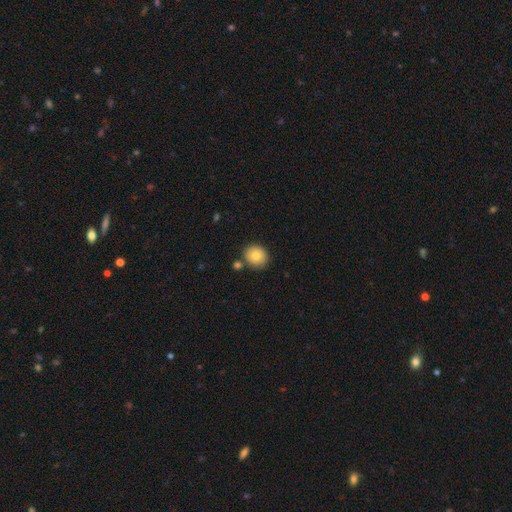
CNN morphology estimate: This appears to be a smooth galaxy with no disk features (79%) that is round (80%). Merging: none (78%).